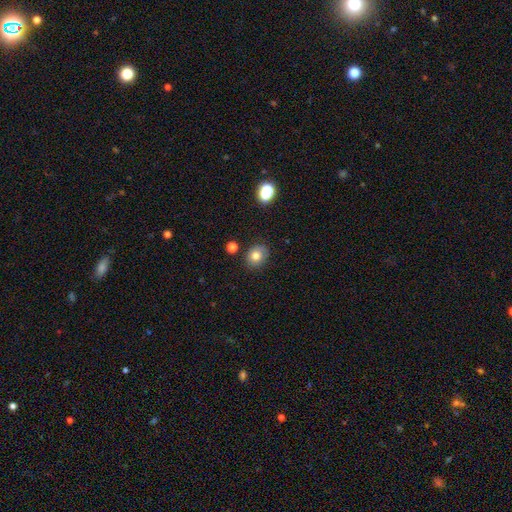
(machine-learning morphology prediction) This appears to be a smooth galaxy with no disk features (76%) that is round (60%). Merging: none (79%).